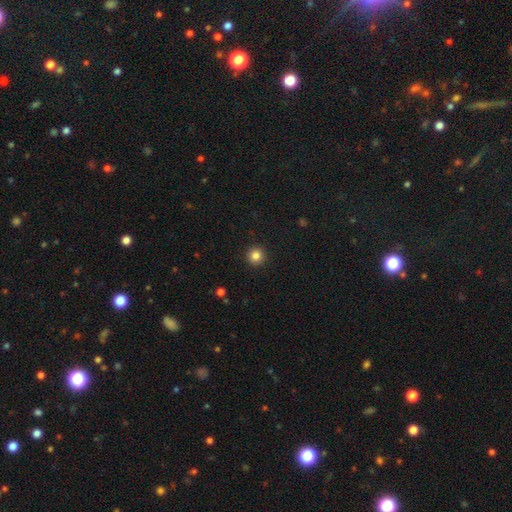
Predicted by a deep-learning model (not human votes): Q: Smooth or featured?
A: smooth (84%); runner-up: star or artifact (11%)
Q: How rounded?
A: round (96%); runner-up: in between (3%)
Q: Merging?
A: none (93%); runner-up: minor disturbance (4%)